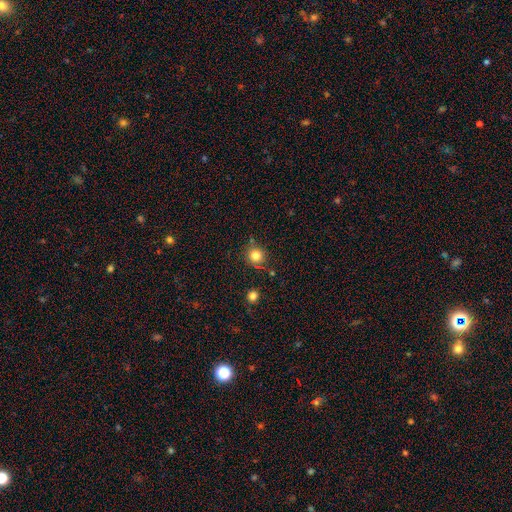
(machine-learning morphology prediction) Smooth or featured? smooth (81%)
How rounded? round (91%)
Merging? none (80%)